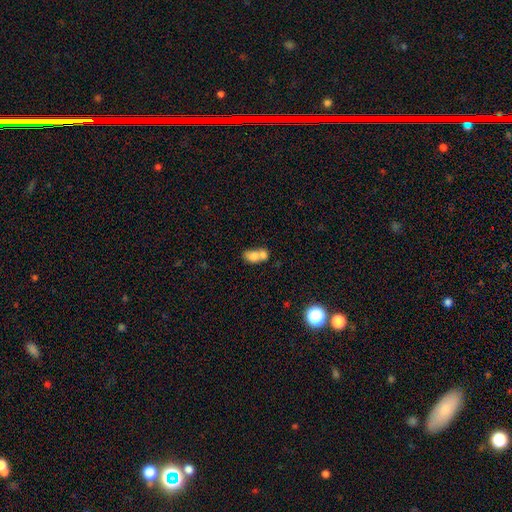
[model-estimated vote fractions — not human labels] Smooth or featured: smooth — 73% (featured or disk — 17%)
How rounded: in between — 71% (round — 26%)
Merging: merger — 70% (none — 20%)